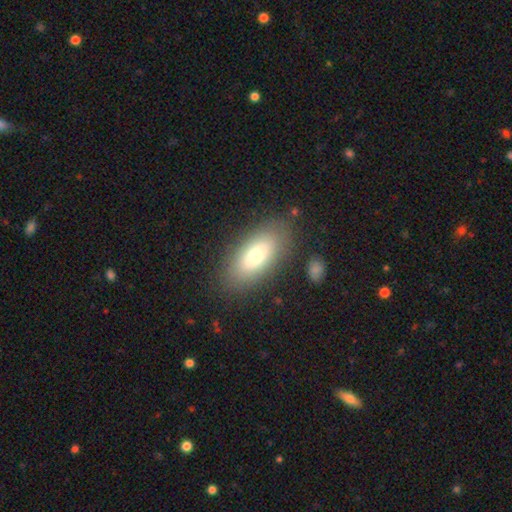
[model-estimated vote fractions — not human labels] smooth_or_featured: smooth (p=0.74) [alt: featured or disk p=0.18]
how_rounded: in between (p=0.86) [alt: cigar-shaped p=0.12]
merging: none (p=0.85) [alt: minor disturbance p=0.10]